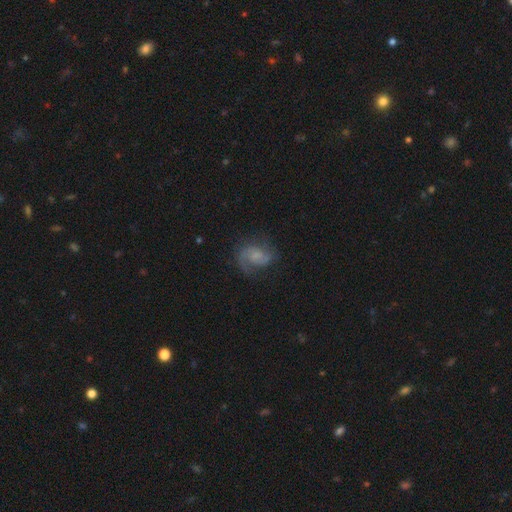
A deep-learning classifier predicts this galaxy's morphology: A featured or disk galaxy (70%) with no bar (57%), 2 (68%) medium (48%) spiral arms (92%) and no central bulge (38%). Merging: none (62%).